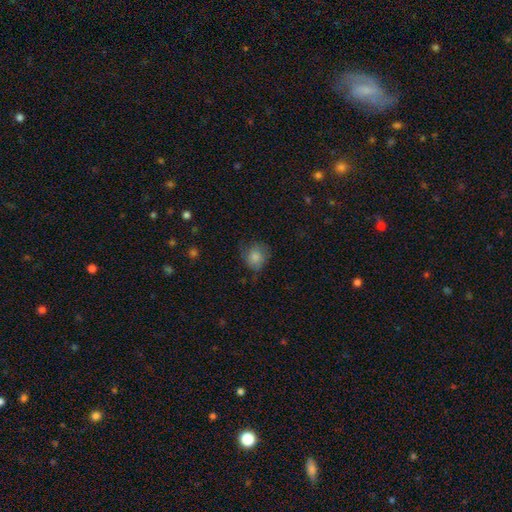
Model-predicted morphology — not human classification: Q: Smooth or featured?
A: smooth (76%); runner-up: featured or disk (14%)
Q: How rounded?
A: round (80%); runner-up: in between (19%)
Q: Merging?
A: none (63%); runner-up: minor disturbance (26%)